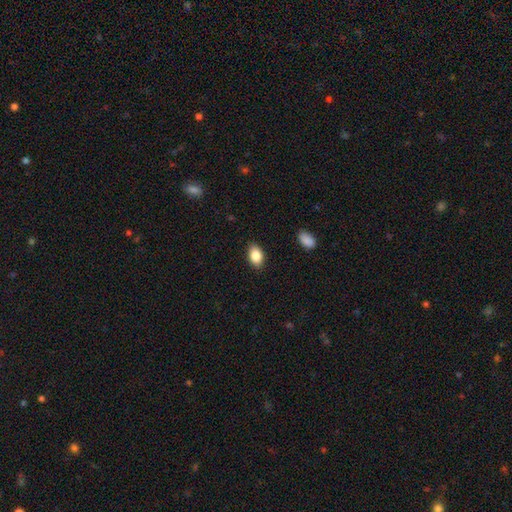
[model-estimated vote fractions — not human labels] Overall: smooth (86%). How rounded: in between (89%). Merging: none (88%).